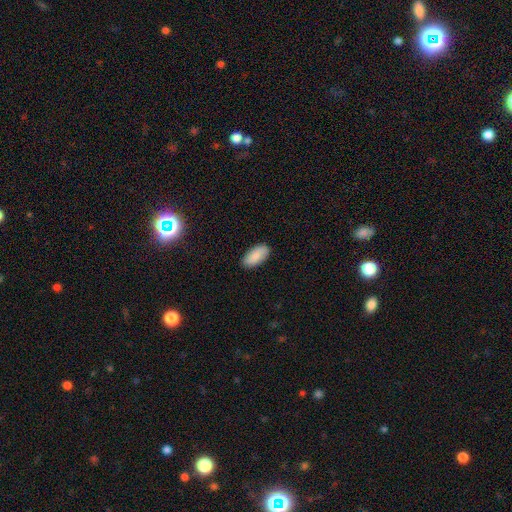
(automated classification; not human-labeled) A smooth galaxy with no disk features (87%) that is in between round and cigar-shaped (93%).

Vote fractions:
- Smooth or featured? smooth: 87% / featured or disk: 7% / star or artifact: 6%
- How rounded? in between: 93% / cigar-shaped: 5% / round: 2%
- Merging? none: 88% / minor disturbance: 9% / major disturbance: 2% / merger: 1%